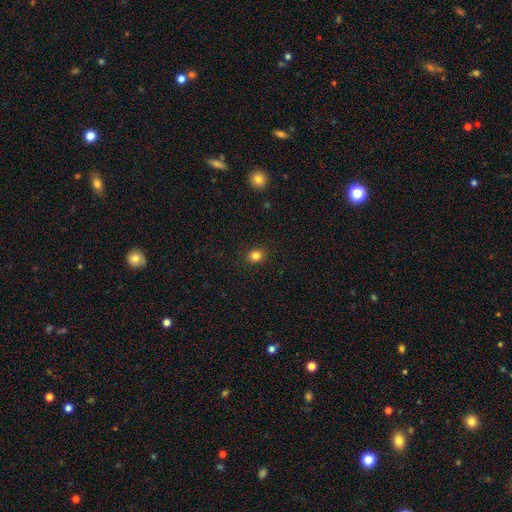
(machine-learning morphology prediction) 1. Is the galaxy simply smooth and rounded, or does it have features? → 83% smooth, 12% star or artifact, 5% featured or disk.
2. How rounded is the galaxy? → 69% round, 30% in between, 1% cigar-shaped.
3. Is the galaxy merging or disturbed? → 90% none, 7% minor disturbance, 2% major disturbance, 1% merger.